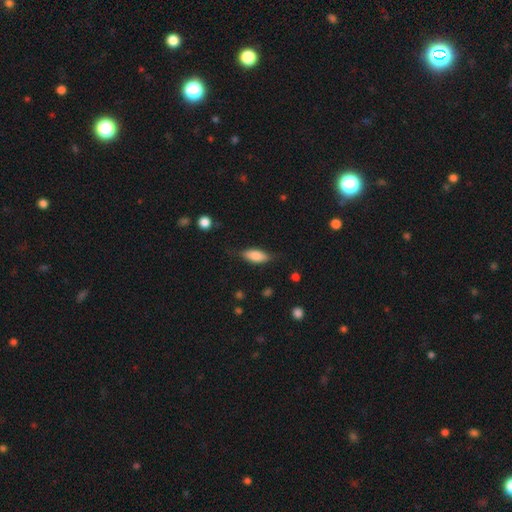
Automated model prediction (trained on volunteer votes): Smooth or featured: smooth — 79% (featured or disk — 14%)
How rounded: in between — 78% (cigar-shaped — 20%)
Merging: none — 74% (minor disturbance — 19%)